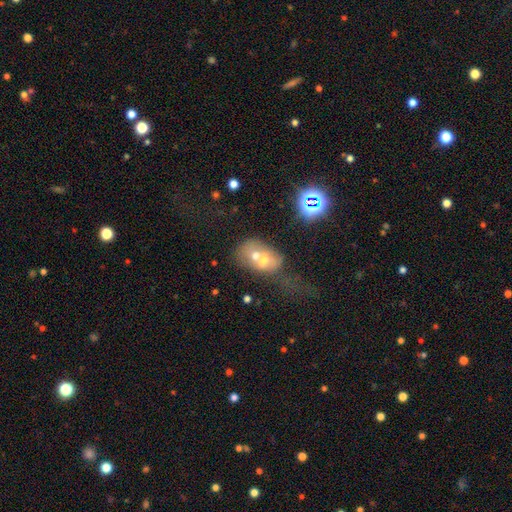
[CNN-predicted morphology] Smooth or featured? smooth (53%)
How rounded? in between (65%)
Merging? merger (66%)